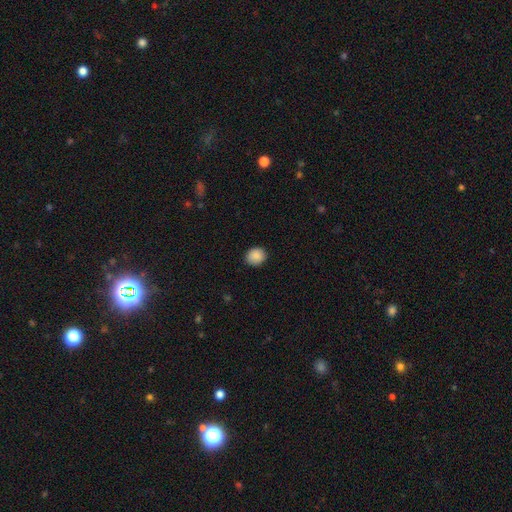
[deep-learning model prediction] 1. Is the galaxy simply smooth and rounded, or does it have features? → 89% smooth, 8% star or artifact, 3% featured or disk.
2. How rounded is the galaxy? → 78% round, 21% in between, 1% cigar-shaped.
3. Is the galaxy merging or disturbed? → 89% none, 8% minor disturbance, 2% major disturbance, 1% merger.